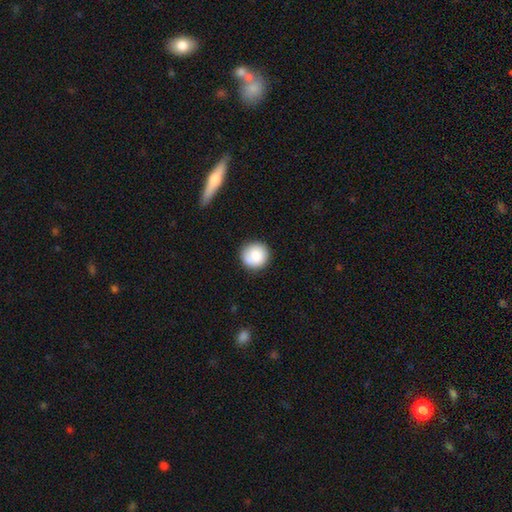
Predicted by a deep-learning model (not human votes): Q: Smooth or featured?
A: smooth (83%); runner-up: featured or disk (10%)
Q: How rounded?
A: round (93%); runner-up: in between (6%)
Q: Merging?
A: none (83%); runner-up: minor disturbance (12%)